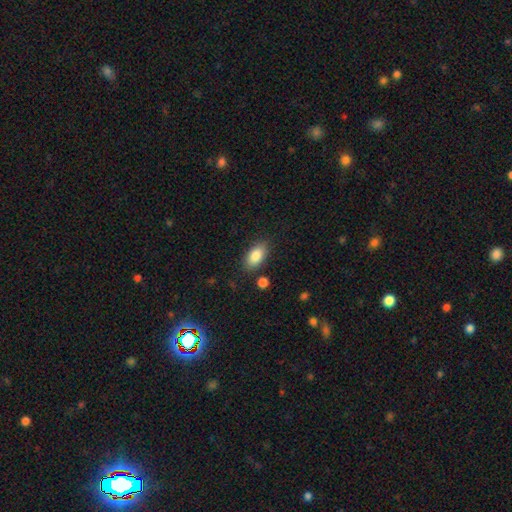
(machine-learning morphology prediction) The model was most divided on "merging": none: 82%, minor disturbance: 11%, merger: 3%, major disturbance: 3%. More confident: how rounded — in between (91%); smooth or featured — smooth (85%).